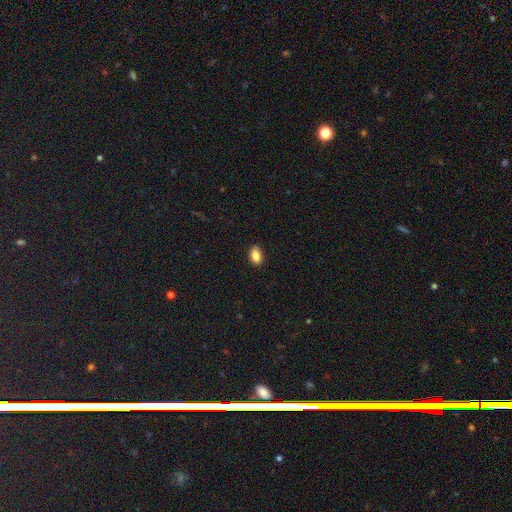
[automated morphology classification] This appears to be a smooth galaxy with no disk features (86%) that is in between round and cigar-shaped (88%). Merging: none (86%).